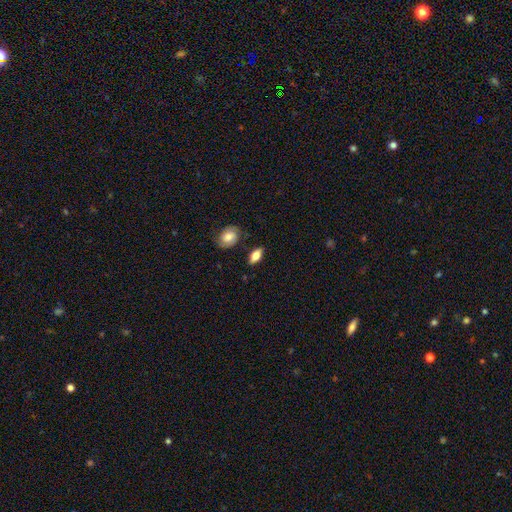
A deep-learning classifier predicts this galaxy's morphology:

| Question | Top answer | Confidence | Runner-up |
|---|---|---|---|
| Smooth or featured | smooth | 72% | featured or disk (21%) |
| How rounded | in between | 85% | cigar-shaped (11%) |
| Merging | none | 82% | minor disturbance (12%) |